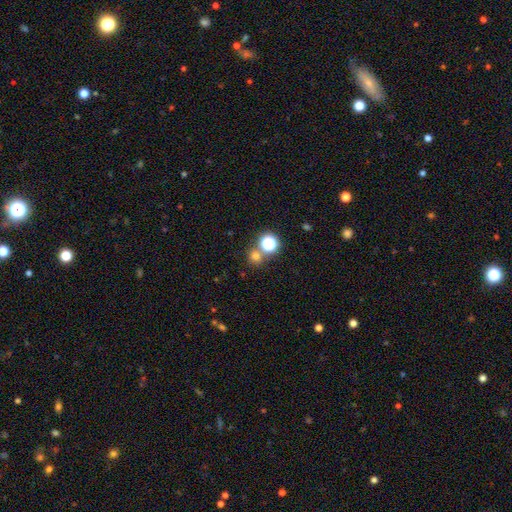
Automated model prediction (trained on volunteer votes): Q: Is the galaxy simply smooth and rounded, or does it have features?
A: smooth — 67%.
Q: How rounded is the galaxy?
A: round — 88%.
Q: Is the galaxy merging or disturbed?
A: none — 67%.